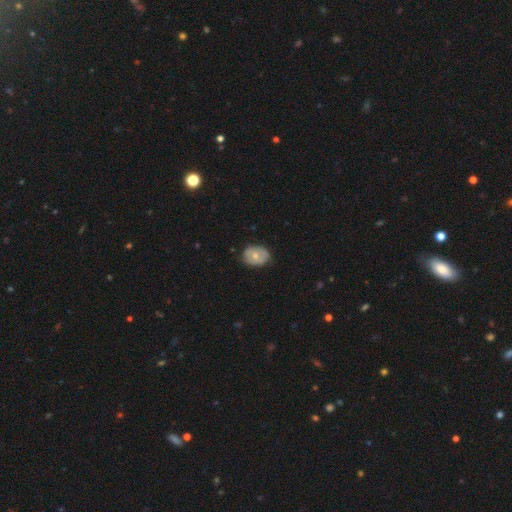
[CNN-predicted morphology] A smooth galaxy with no disk features (59%) that is in between round and cigar-shaped (63%). Merging: none (73%).